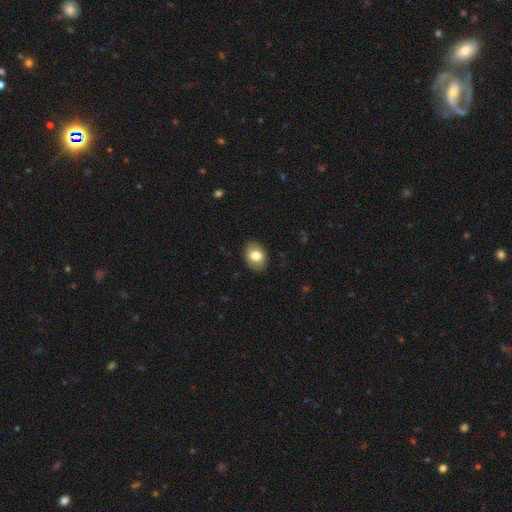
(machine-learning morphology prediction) Overall: smooth (78%). How rounded: in between (75%). Merging: none (87%).